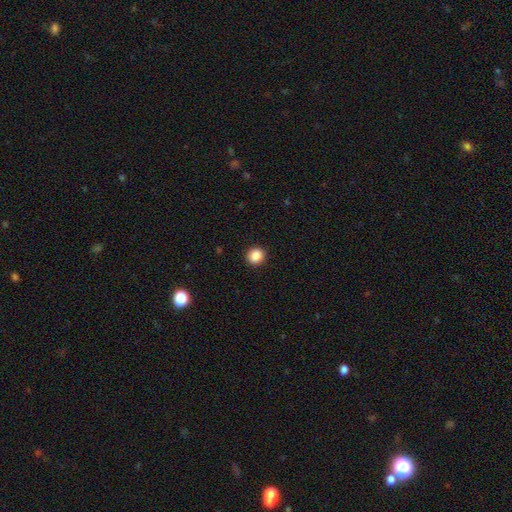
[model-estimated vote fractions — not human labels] smooth 88%, star or artifact 9%, featured or disk 3%. Down the decision tree: how rounded — round (83%); merging — none (91%).